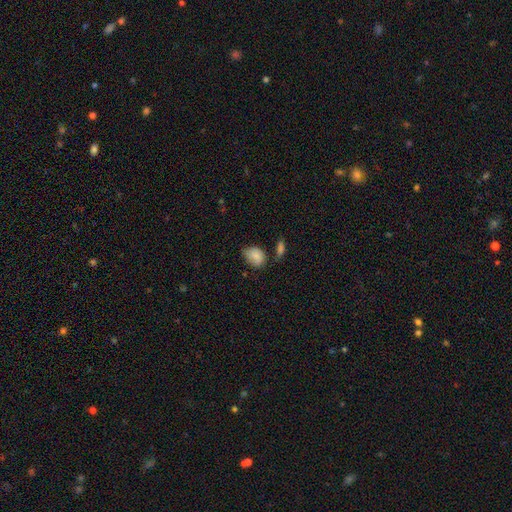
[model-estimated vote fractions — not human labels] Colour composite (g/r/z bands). It shows a smooth galaxy with no disk features (84%) that is in between round and cigar-shaped (77%). Merging: none (53%).